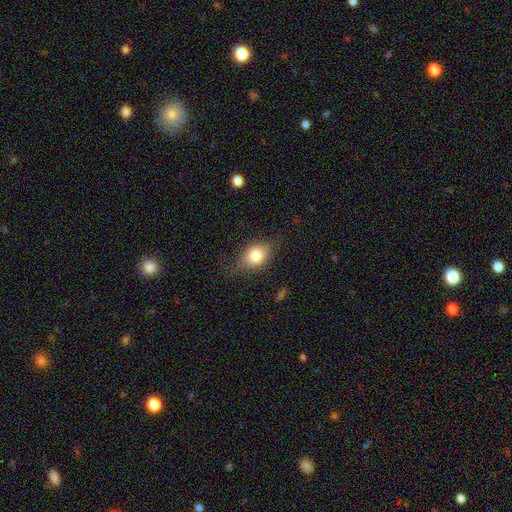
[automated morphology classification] This is likely a smooth galaxy (74%). How rounded: likely in between (63%). Merging: likely none (63%).